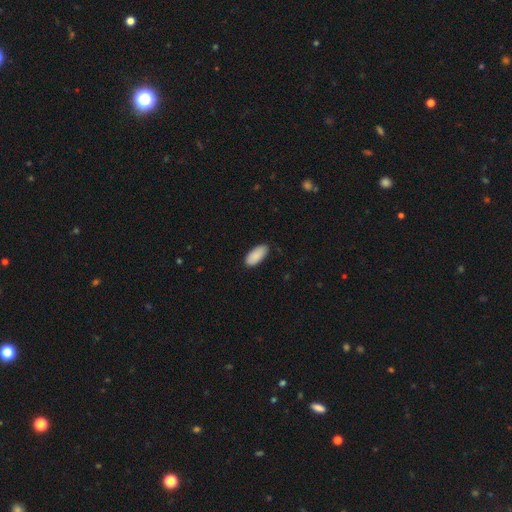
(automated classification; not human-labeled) This appears to be a smooth galaxy with no disk features (90%) that is in between round and cigar-shaped (91%). Merging: none (82%).